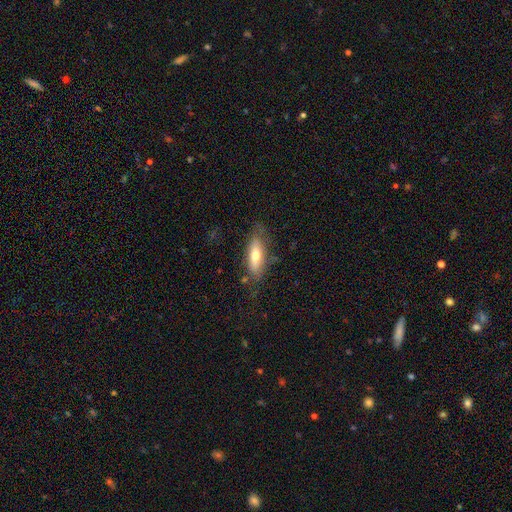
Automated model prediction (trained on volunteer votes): Smooth or featured: smooth — 62% (featured or disk — 31%)
How rounded: in between — 58% (cigar-shaped — 40%)
Merging: none — 70% (minor disturbance — 20%)